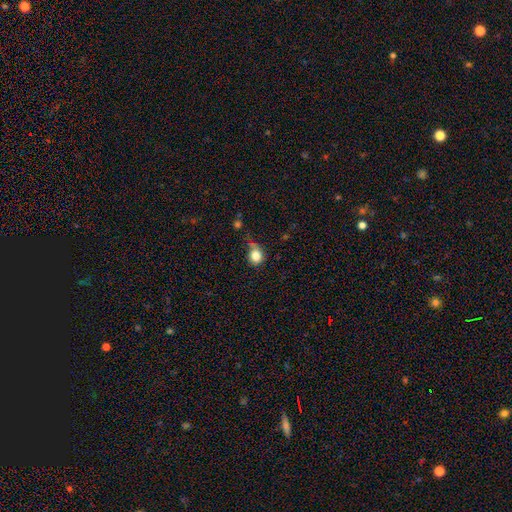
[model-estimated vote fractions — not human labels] smooth-or-featured: smooth: 82% | star or artifact: 10% | featured or disk: 8%
  how-rounded: round: 73% | in between: 26% | cigar-shaped: 1%
  merging: none: 47% | minor disturbance: 29% | major disturbance: 14% | merger: 10%